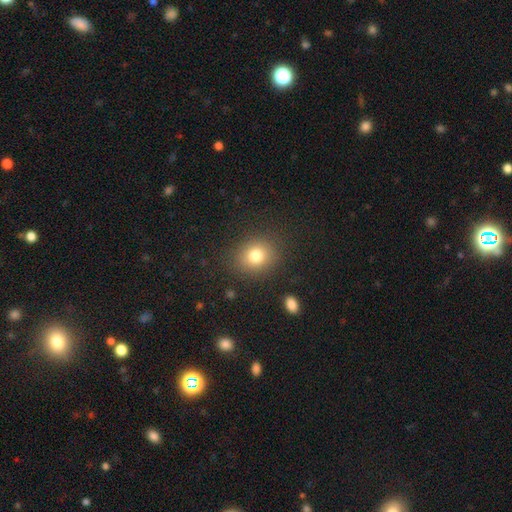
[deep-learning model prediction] Smooth or featured: smooth — 79% (star or artifact — 12%)
How rounded: round — 68% (in between — 31%)
Merging: none — 85% (minor disturbance — 9%)